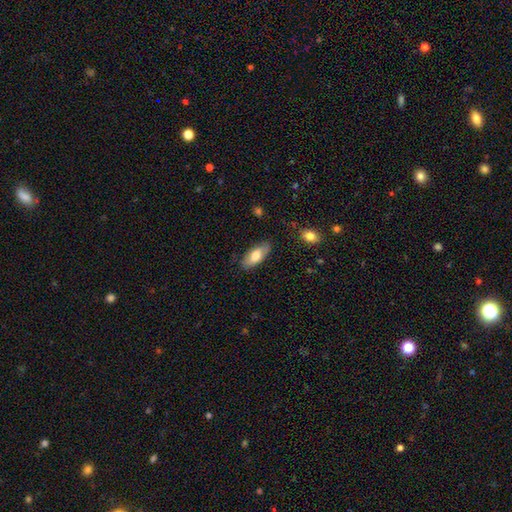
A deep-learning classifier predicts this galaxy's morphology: Smooth or featured? smooth (72%)
How rounded? in between (81%)
Merging? none (83%)